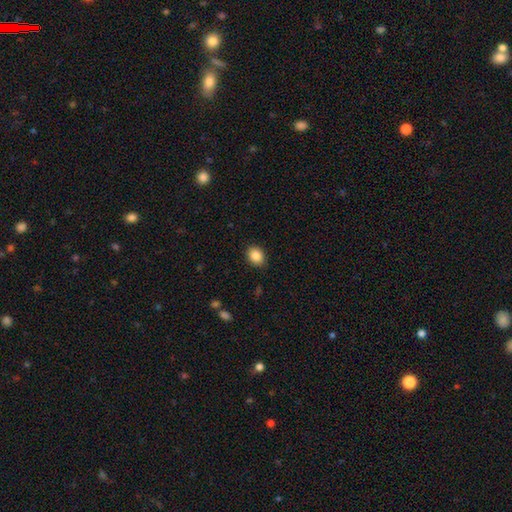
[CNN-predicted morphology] A smooth galaxy with no disk features (87%) that is in between round and cigar-shaped (53%).

Vote fractions:
- Smooth or featured? smooth: 87% / star or artifact: 9% / featured or disk: 5%
- How rounded? in between: 53% / round: 46% / cigar-shaped: 1%
- Merging? none: 88% / minor disturbance: 8% / major disturbance: 2% / merger: 1%